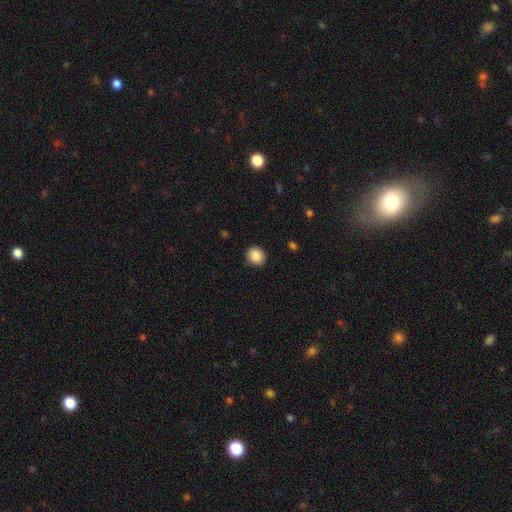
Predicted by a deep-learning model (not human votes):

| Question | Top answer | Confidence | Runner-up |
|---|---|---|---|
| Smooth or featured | smooth | 87% | star or artifact (8%) |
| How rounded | round | 78% | in between (21%) |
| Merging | none | 90% | minor disturbance (7%) |